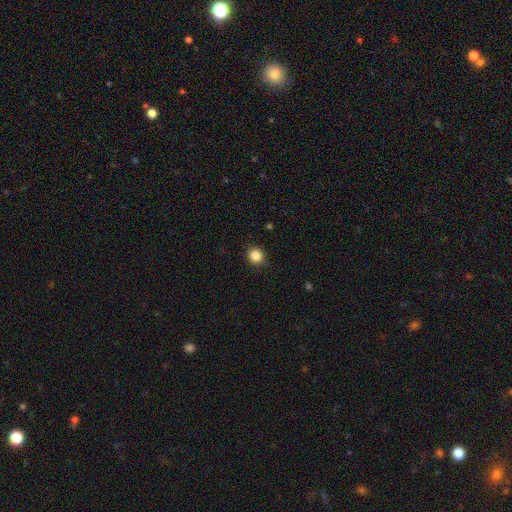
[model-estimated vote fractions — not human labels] Smooth or featured? smooth (85%)
How rounded? round (87%)
Merging? none (87%)